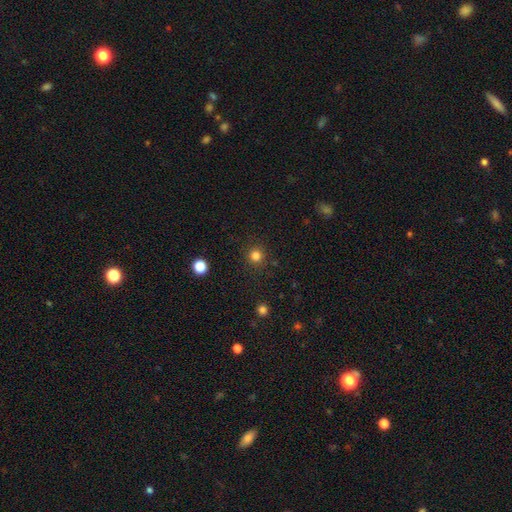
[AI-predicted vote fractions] Smooth or featured?
  - smooth: 82% *
  - star or artifact: 14%
  - featured or disk: 4%
How rounded?
  - round: 94% *
  - in between: 5%
  - cigar-shaped: 1%
Merging?
  - none: 90% *
  - minor disturbance: 6%
  - major disturbance: 2%
  - merger: 1%